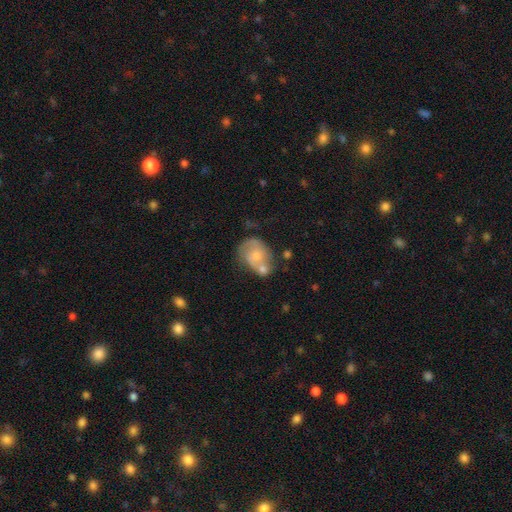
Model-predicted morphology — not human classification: Smooth or featured: smooth — 47% (featured or disk — 45%)
Merging: merger — 41% (none — 30%)